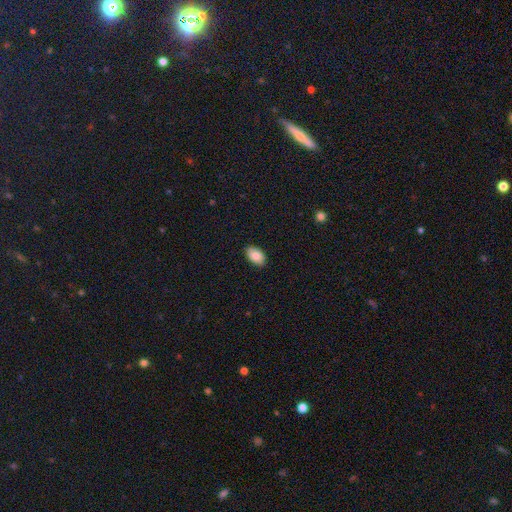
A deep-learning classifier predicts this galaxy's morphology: Smooth or featured?
  - smooth: 86% *
  - featured or disk: 7%
  - star or artifact: 7%
How rounded?
  - in between: 92% *
  - round: 7%
  - cigar-shaped: 1%
Merging?
  - none: 88% *
  - minor disturbance: 9%
  - major disturbance: 2%
  - merger: 1%